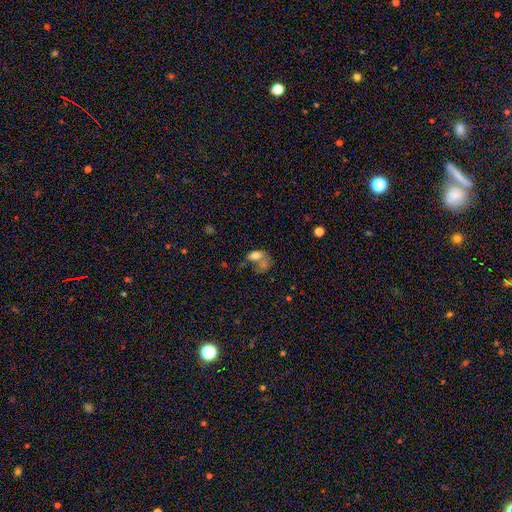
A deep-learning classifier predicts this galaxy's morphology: A smooth galaxy with no disk features (67%) that is in between round and cigar-shaped (82%).

Vote fractions:
- Smooth or featured? smooth: 67% / featured or disk: 21% / star or artifact: 12%
- How rounded? in between: 82% / round: 15% / cigar-shaped: 3%
- Merging? merger: 43% / major disturbance: 23% / none: 21% / minor disturbance: 13%